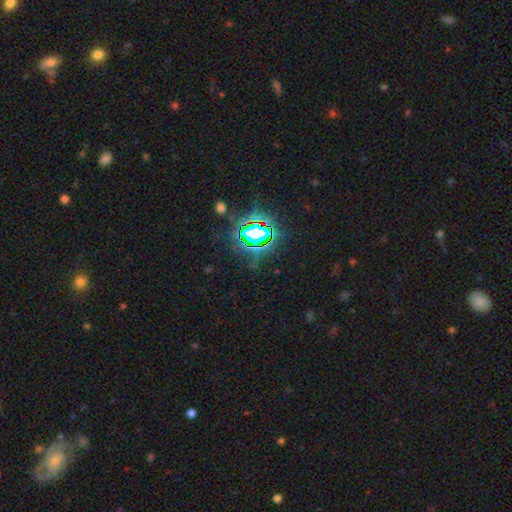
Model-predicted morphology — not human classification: This is clearly a star or artifact rather than a galaxy (82%).